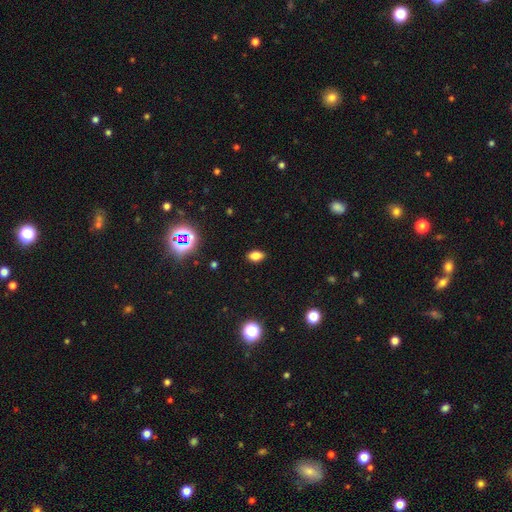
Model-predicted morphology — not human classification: Smooth or featured: smooth — 78% (star or artifact — 15%)
How rounded: in between — 87% (round — 10%)
Merging: none — 88% (minor disturbance — 9%)